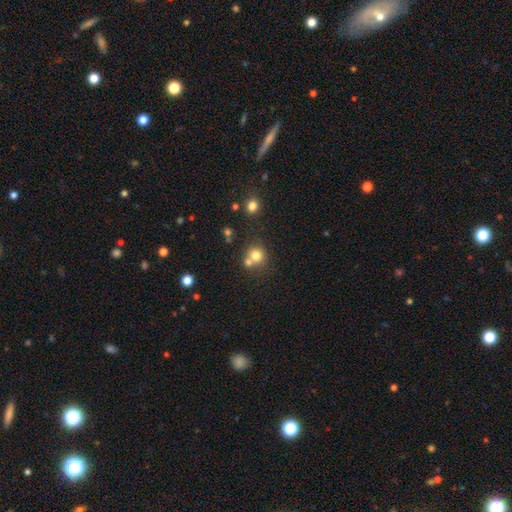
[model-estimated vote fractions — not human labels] Overall: smooth (76%). How rounded: round (87%). Merging: none (55%; merger 34%).